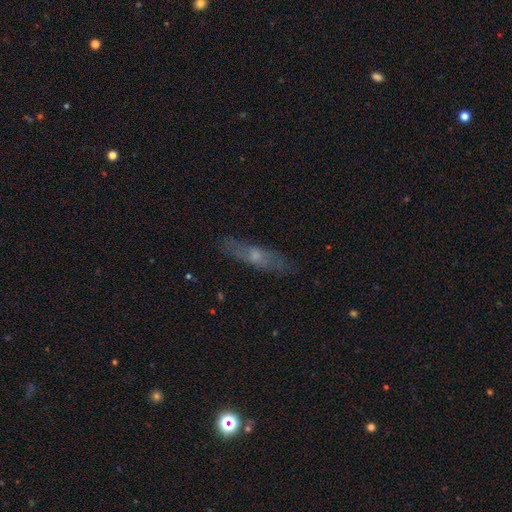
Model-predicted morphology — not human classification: Smooth or featured? featured or disk (49%)
Merging? none (82%)